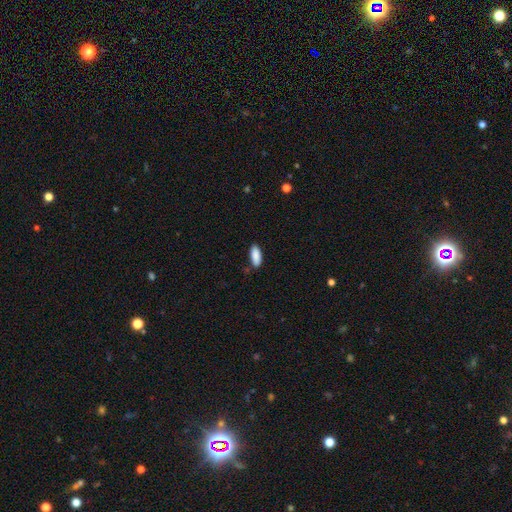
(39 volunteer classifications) Overall: smooth (85%). How rounded: in between (76%). Merging: none (80%).